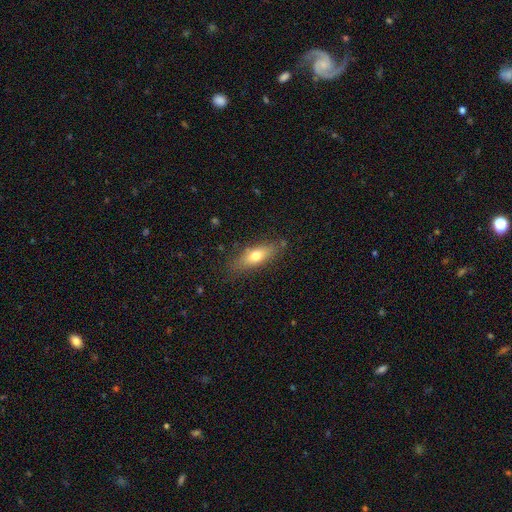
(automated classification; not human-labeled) Overall: smooth (67%). How rounded: in between (59%; cigar-shaped 37%). Merging: none (80%).